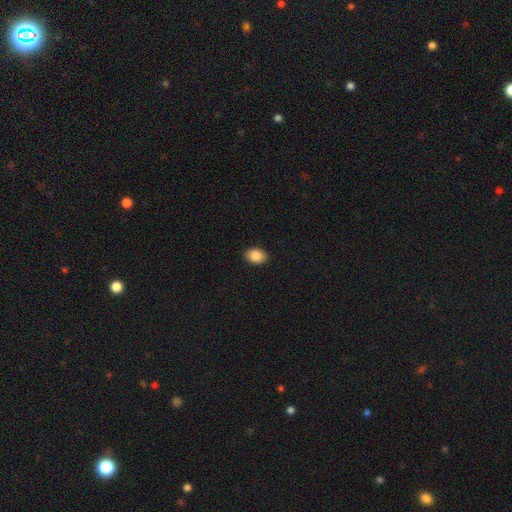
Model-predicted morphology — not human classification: A smooth galaxy with no disk features (87%) that is in between round and cigar-shaped (81%). Merging: none (90%).